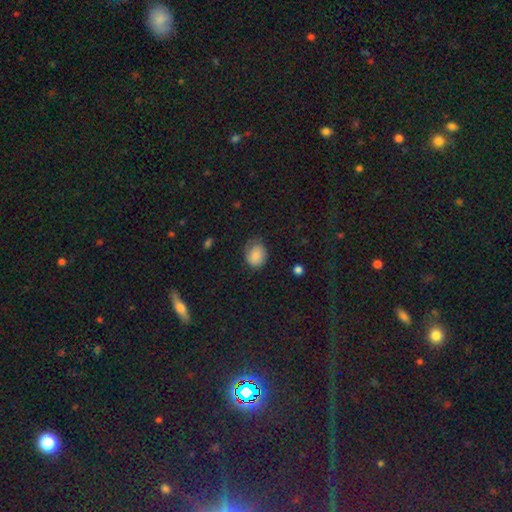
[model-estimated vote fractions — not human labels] Overall: smooth (82%). How rounded: round (53%; in between 47%). Merging: none (60%; minor disturbance 29%).